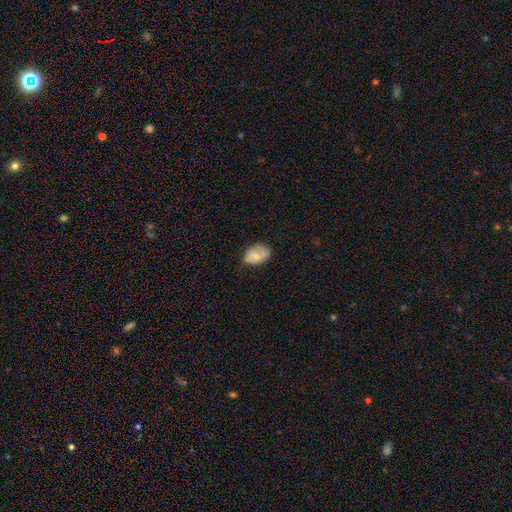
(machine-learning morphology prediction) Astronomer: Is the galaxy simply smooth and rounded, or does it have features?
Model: smooth — 72%.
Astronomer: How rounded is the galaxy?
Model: in between — 81%.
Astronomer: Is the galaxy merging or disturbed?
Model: none — 59%.